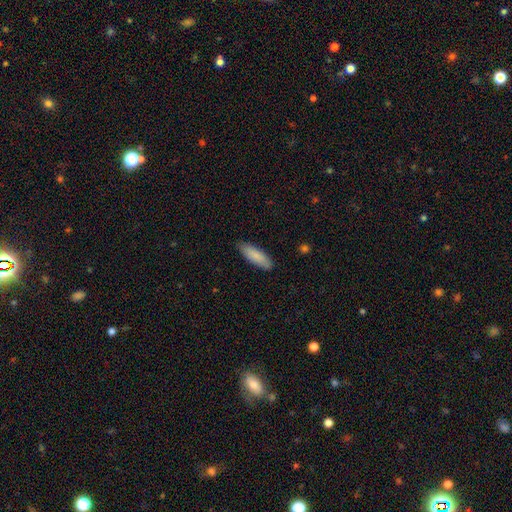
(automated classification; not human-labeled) Smooth or featured? Predicted: smooth (p=0.87). How rounded? Predicted: in between (p=0.53). Merging? Predicted: none (p=0.86).